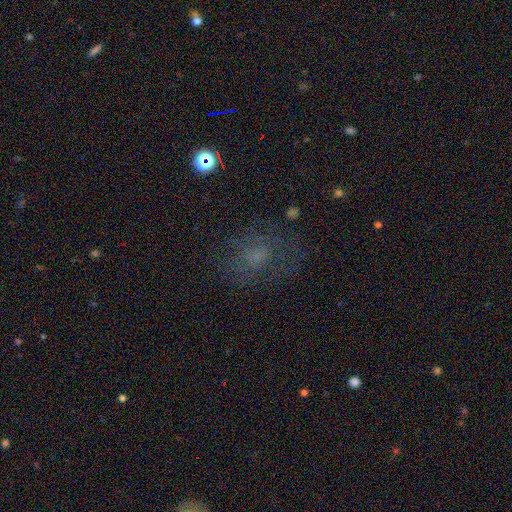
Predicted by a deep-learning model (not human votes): This appears to be a smooth galaxy with no disk features (41%). Merging: none (63%).